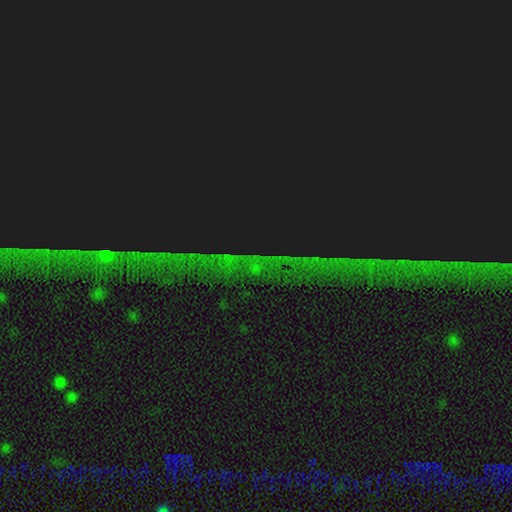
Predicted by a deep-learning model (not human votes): Overall: star or artifact (87%).